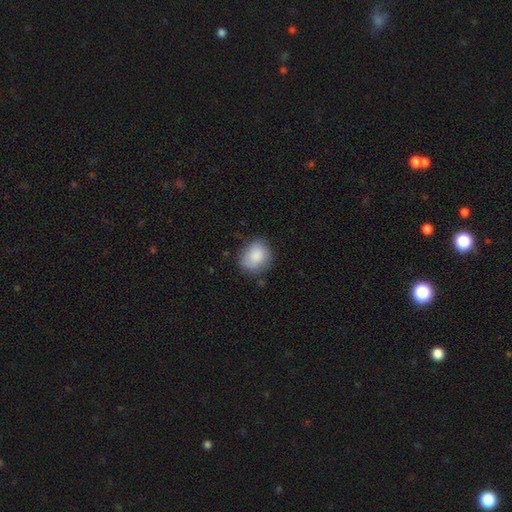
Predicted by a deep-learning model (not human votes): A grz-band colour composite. It shows a smooth galaxy with no disk features (85%) that is round (58%). Merging: none (72%).